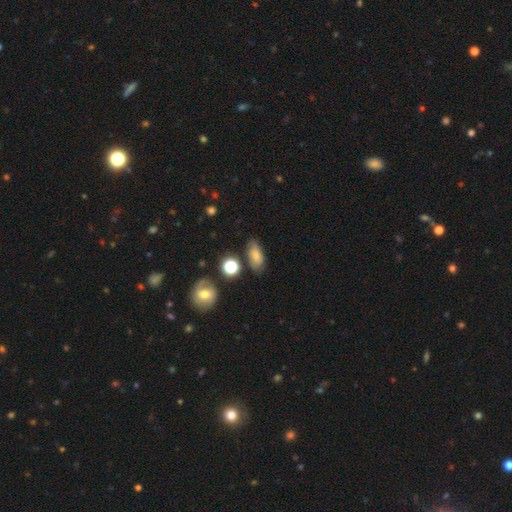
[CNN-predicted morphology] Q: Smooth or featured?
A: smooth (69%); runner-up: featured or disk (19%)
Q: How rounded?
A: in between (82%); runner-up: round (10%)
Q: Merging?
A: none (70%); runner-up: minor disturbance (20%)